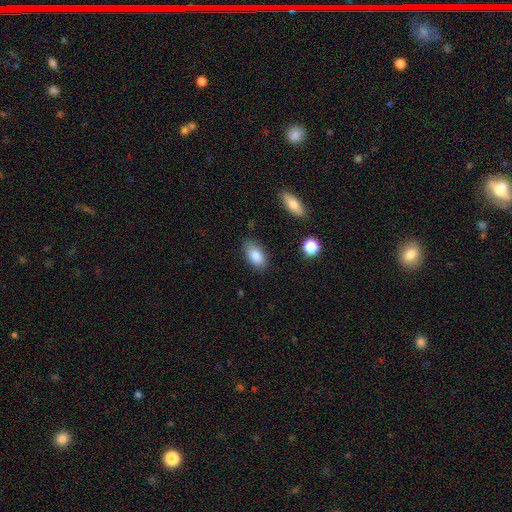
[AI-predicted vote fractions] Q: Smooth or featured?
A: smooth (84%); runner-up: star or artifact (8%)
Q: How rounded?
A: in between (91%); runner-up: round (5%)
Q: Merging?
A: none (81%); runner-up: minor disturbance (14%)